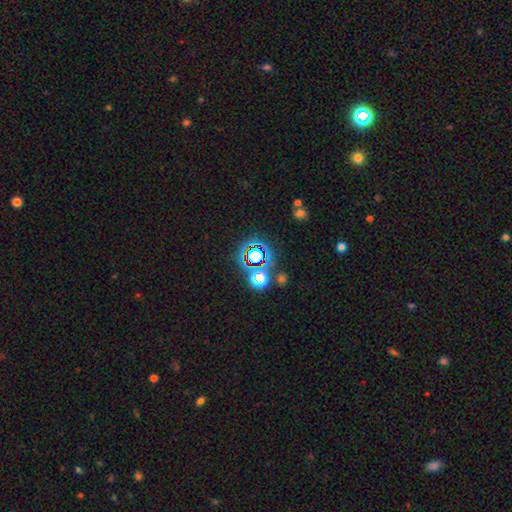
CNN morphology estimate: Smooth or featured: star or artifact — 67% (smooth — 22%)